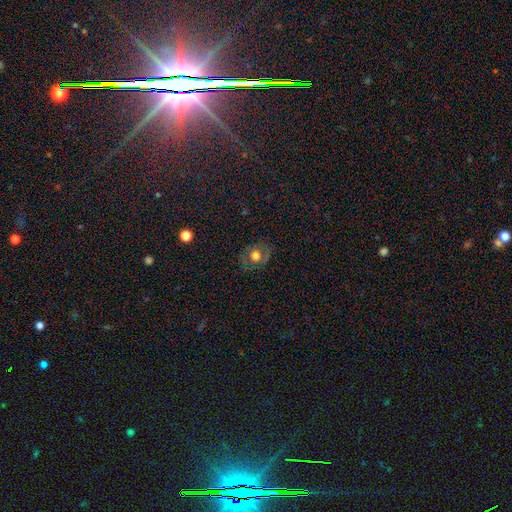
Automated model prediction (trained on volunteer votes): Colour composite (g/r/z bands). It shows a smooth galaxy with no disk features (54%) that is round (71%). Merging: none (79%).